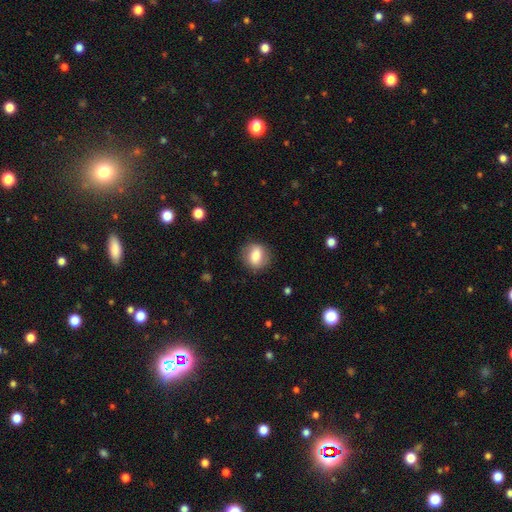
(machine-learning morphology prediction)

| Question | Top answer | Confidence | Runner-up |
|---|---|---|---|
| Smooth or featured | smooth | 75% | featured or disk (17%) |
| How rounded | round | 61% | in between (37%) |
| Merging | none | 84% | minor disturbance (11%) |